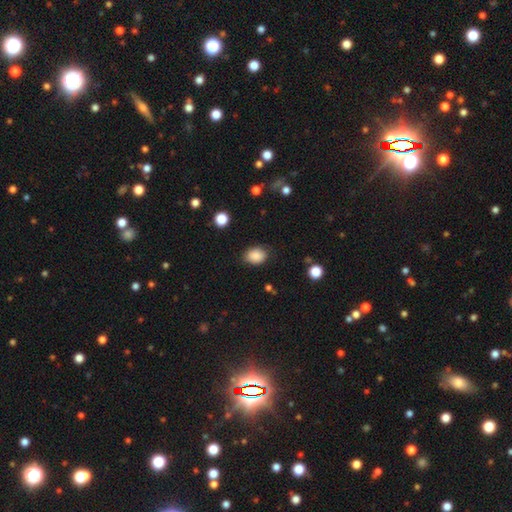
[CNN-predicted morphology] smooth 87%, star or artifact 8%, featured or disk 4%. Down the decision tree: how rounded — in between (66%); merging — none (80%).